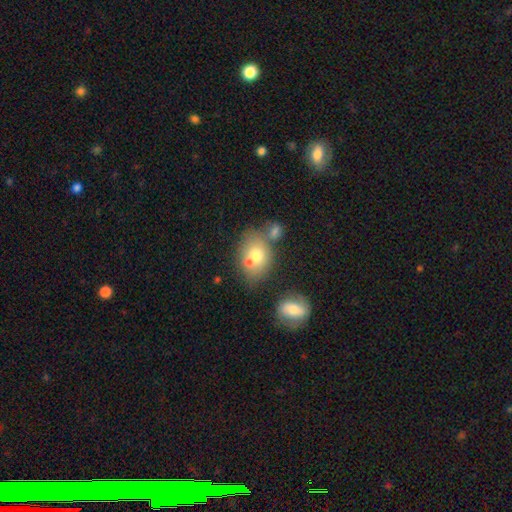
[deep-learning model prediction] A smooth galaxy with no disk features (67%) that is in between round and cigar-shaped (60%). Merging: none (44%).